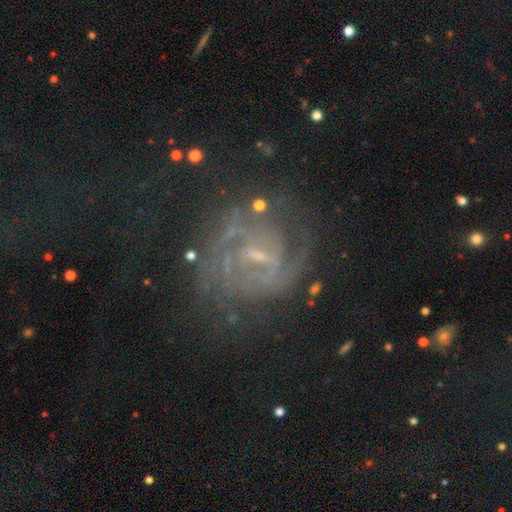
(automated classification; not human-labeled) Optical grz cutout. It shows a featured or disk galaxy (77%) with a weak bar (54%), 2 (41%) tight (52%) spiral arms (89%) and a small central bulge (68%). Merging: none (68%).